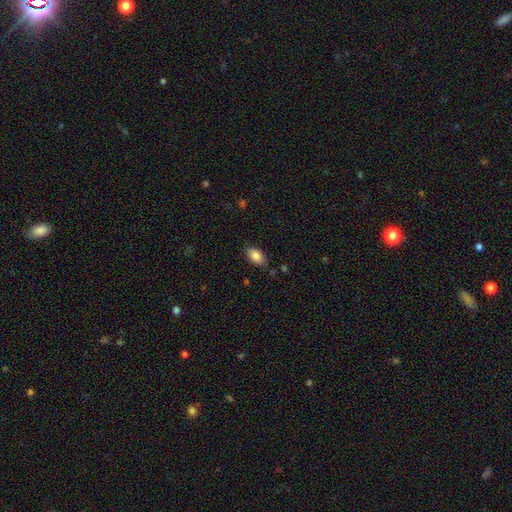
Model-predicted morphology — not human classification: This is clearly a smooth galaxy (85%). How rounded: clearly in between (92%). Merging: clearly none (83%).